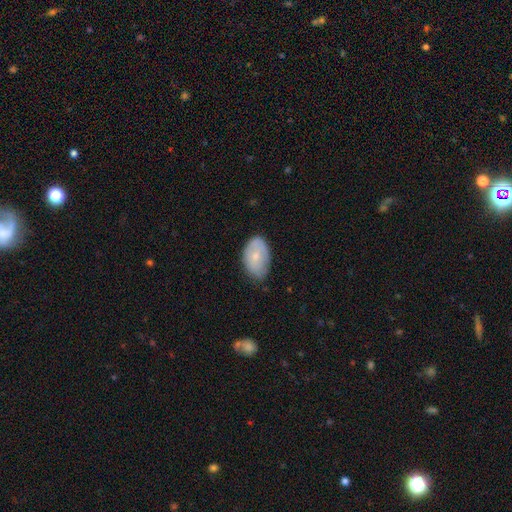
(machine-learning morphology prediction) This is likely a smooth galaxy (66%). How rounded: clearly in between (91%). Merging: likely none (61%).